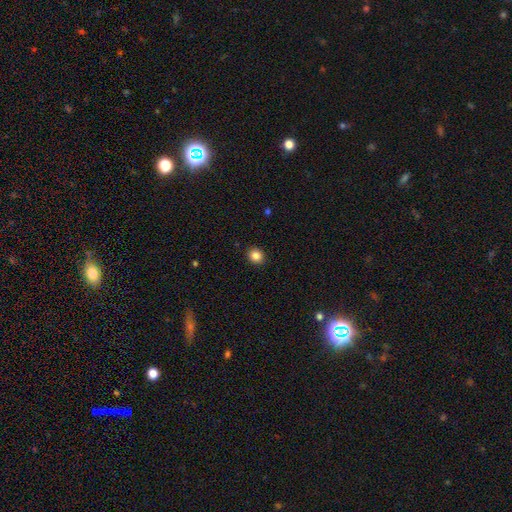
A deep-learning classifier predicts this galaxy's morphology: This is clearly a smooth galaxy (85%). How rounded: likely round (80%). Merging: clearly none (92%).